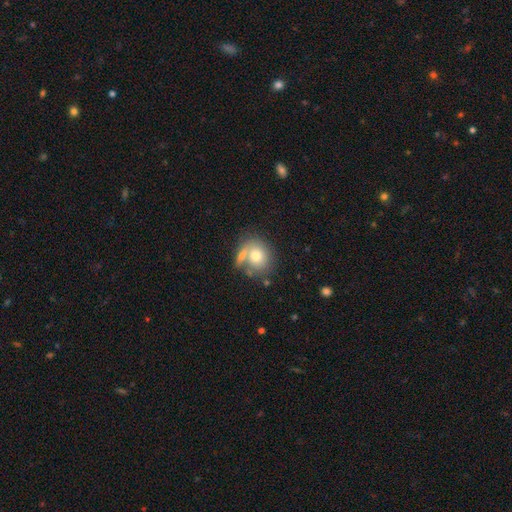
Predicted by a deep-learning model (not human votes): The model was most divided on "merging": none: 49%, merger: 30%, minor disturbance: 14%, major disturbance: 7%. More confident: smooth or featured — smooth (72%); how rounded — round (70%).